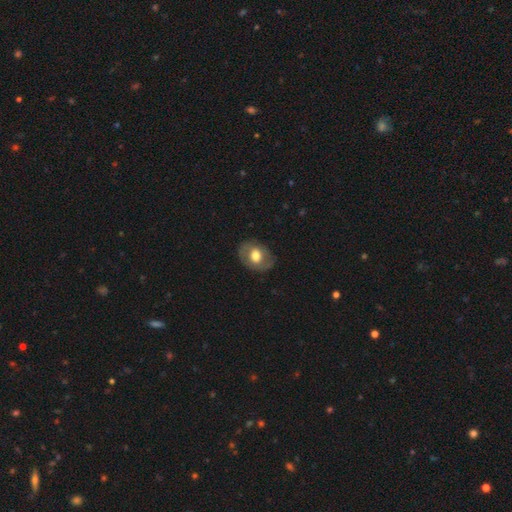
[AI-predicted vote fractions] A smooth galaxy with no disk features (55%) that is in between round and cigar-shaped (60%). Merging: none (77%).